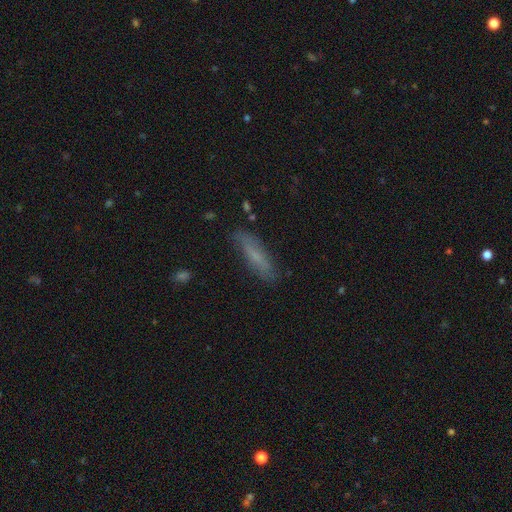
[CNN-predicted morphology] A smooth galaxy with no disk features (60%) that is cigar-shaped (73%).

Vote fractions:
- Smooth or featured? smooth: 60% / featured or disk: 31% / star or artifact: 9%
- How rounded? cigar-shaped: 73% / in between: 25% / round: 2%
- Merging? none: 79% / minor disturbance: 16% / major disturbance: 4% / merger: 2%